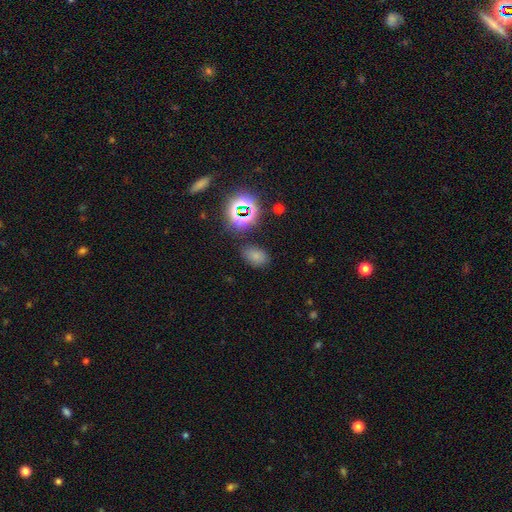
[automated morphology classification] A smooth galaxy with no disk features (68%) that is in between round and cigar-shaped (81%). Merging: none (76%).